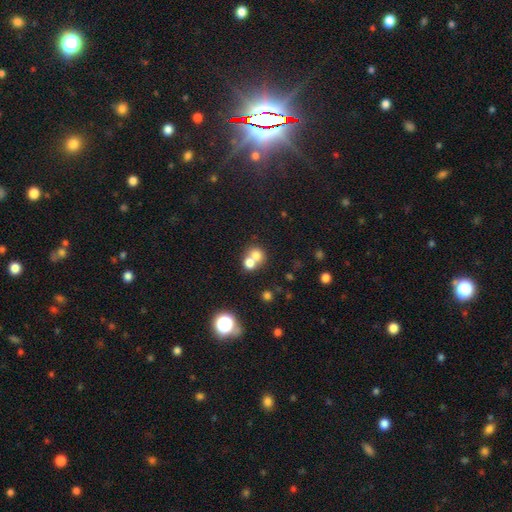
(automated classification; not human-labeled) smooth 72%, featured or disk 15%, star or artifact 13%. Down the decision tree: how rounded — round (73%); merging — merger (62%).